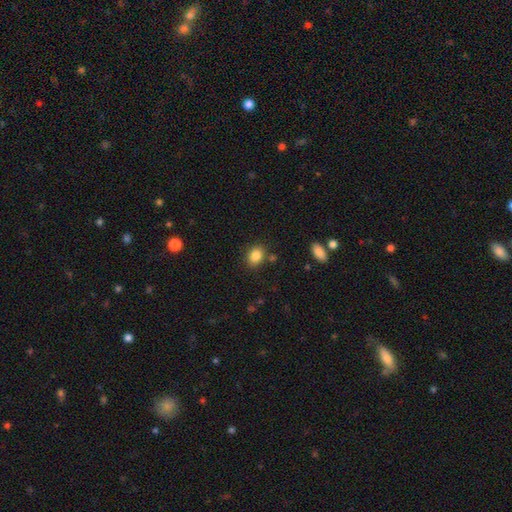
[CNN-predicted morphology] type=smooth (85%); roundness=in between (60%); merging=none (80%).